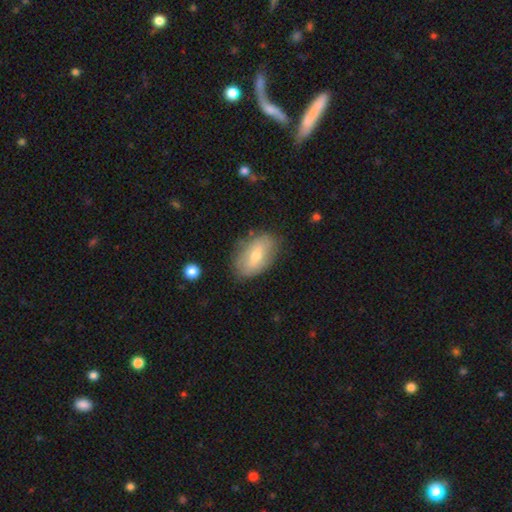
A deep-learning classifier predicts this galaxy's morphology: smooth_or_featured: smooth (p=0.57) [alt: featured or disk p=0.36]
how_rounded: in between (p=0.91) [alt: round p=0.07]
merging: none (p=0.77) [alt: minor disturbance p=0.17]